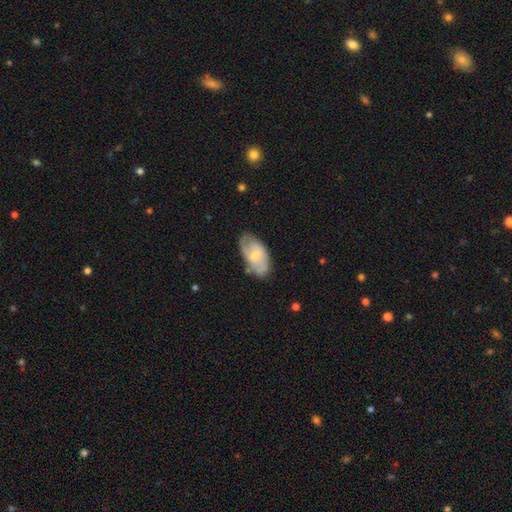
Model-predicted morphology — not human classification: featured or disk 55%, smooth 39%, star or artifact 6%. Down the decision tree: edge-on disk — no (93%); bar — no (53%); spiral arms — yes (72%); bulge size — moderate (47%); merging — none (64%).